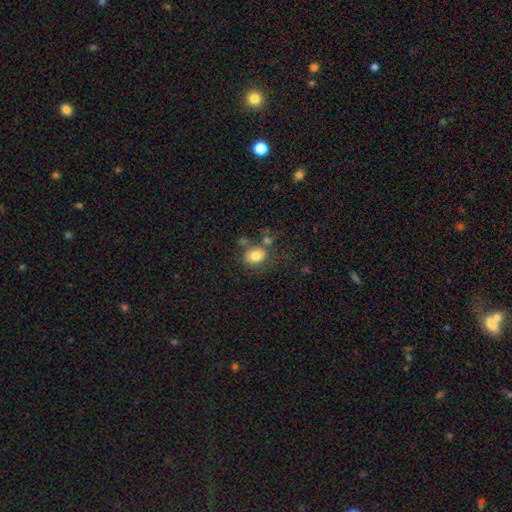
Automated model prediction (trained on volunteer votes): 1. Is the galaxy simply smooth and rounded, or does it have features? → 78% smooth, 11% featured or disk, 10% star or artifact.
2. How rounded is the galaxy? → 63% round, 36% in between, 1% cigar-shaped.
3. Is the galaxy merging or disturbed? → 59% none, 17% minor disturbance, 15% merger, 9% major disturbance.